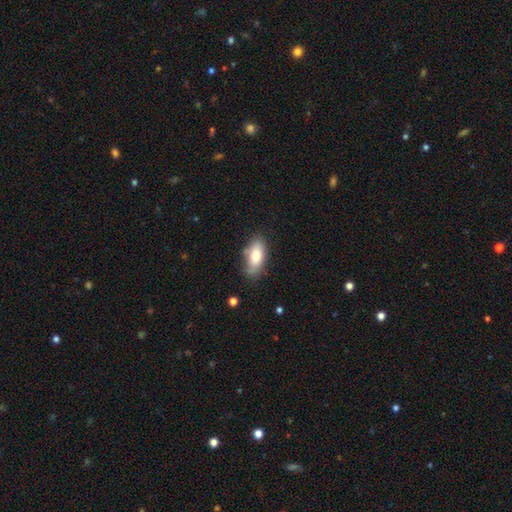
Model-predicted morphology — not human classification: The model was most divided on "merging": none: 68%, minor disturbance: 23%, major disturbance: 5%, merger: 3%. More confident: how rounded — in between (87%); smooth or featured — smooth (76%).